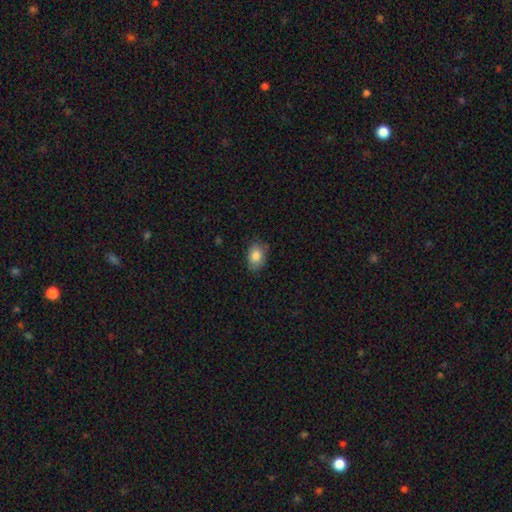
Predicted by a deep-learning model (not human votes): Smooth or featured?
  - smooth: 84% *
  - star or artifact: 8%
  - featured or disk: 8%
How rounded?
  - in between: 79% *
  - round: 20%
  - cigar-shaped: 1%
Merging?
  - none: 77% *
  - minor disturbance: 18%
  - major disturbance: 3%
  - merger: 1%